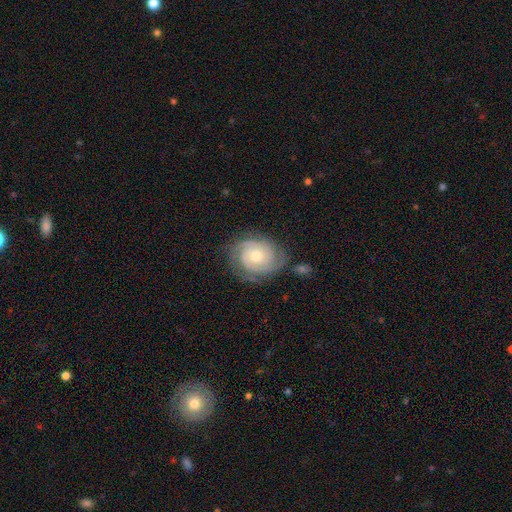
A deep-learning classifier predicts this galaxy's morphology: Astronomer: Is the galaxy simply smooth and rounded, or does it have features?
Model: featured or disk — 80%.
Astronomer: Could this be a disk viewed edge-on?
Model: no — 97%.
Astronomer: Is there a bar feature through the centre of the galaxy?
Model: no — 77%.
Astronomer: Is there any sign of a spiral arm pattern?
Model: yes — 95%.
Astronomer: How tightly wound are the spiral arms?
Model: tight — 74%.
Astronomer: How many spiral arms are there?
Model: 2 — 41% (runner-up: 3, 23%).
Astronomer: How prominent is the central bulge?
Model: moderate — 59% (runner-up: small, 36%).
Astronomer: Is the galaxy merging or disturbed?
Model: none — 75%.